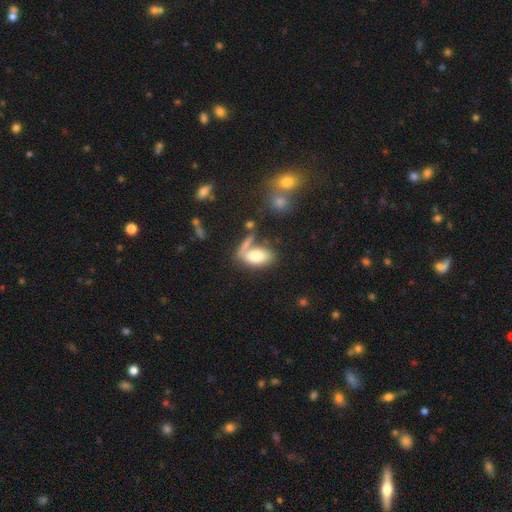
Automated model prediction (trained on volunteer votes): Smooth or featured? Predicted: smooth (p=0.75). How rounded? Predicted: in between (p=0.91). Merging? Predicted: none (p=0.46).